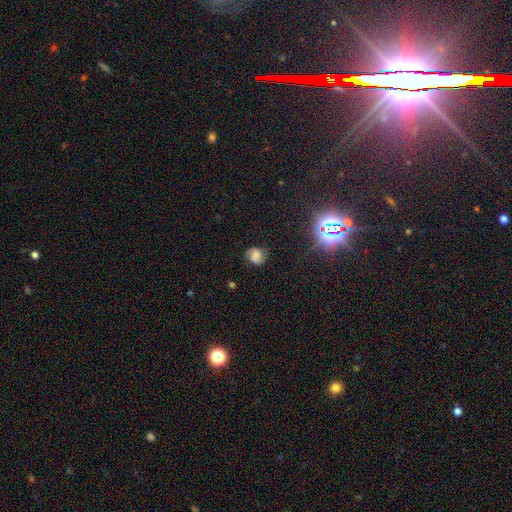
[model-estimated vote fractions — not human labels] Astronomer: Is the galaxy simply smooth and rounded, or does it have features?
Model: featured or disk — 48% (runner-up: smooth, 37%).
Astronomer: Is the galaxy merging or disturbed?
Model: none — 71%.